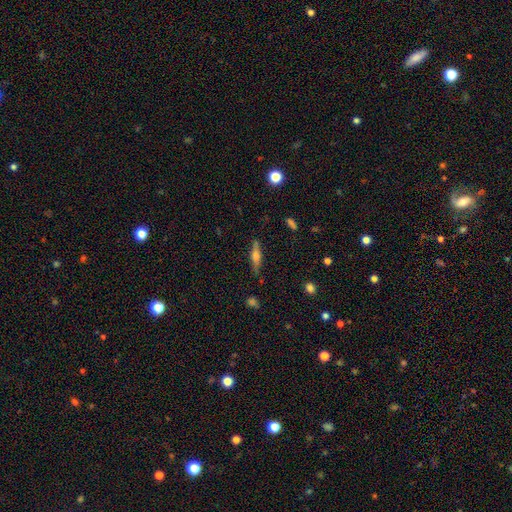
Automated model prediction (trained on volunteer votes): Morphology: type=featured or disk (59%); edge-on=yes (95%); edge-on bulge=rounded (89%); merging=none (84%).